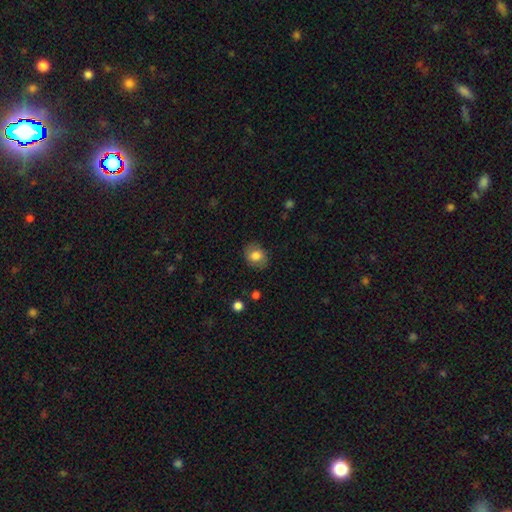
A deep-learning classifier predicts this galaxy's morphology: Smooth or featured: smooth — 79% (featured or disk — 13%)
How rounded: in between — 50% (round — 49%)
Merging: none — 83% (minor disturbance — 13%)